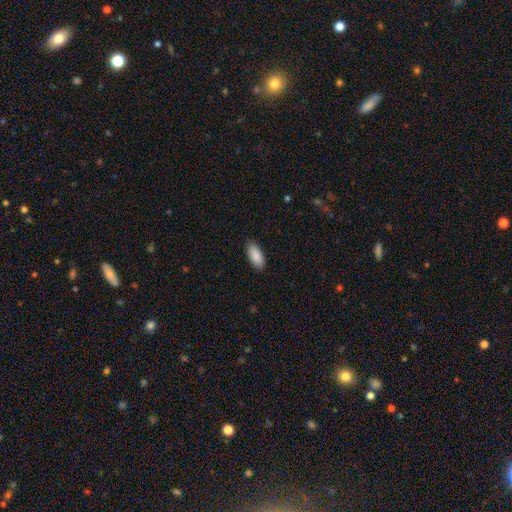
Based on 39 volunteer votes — Q: Smooth or featured?
A: smooth (92%); runner-up: star or artifact (5%)
Q: How rounded?
A: in between (97%); runner-up: cigar-shaped (3%)
Q: Merging?
A: none (92%); runner-up: minor disturbance (8%)